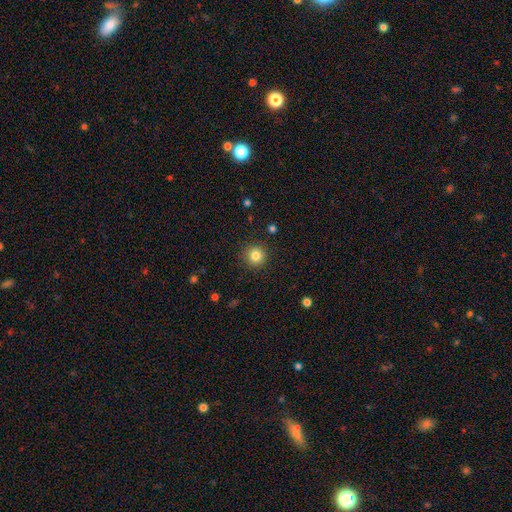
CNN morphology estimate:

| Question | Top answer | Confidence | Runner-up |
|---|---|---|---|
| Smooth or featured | smooth | 83% | star or artifact (11%) |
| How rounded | round | 94% | in between (5%) |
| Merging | none | 91% | minor disturbance (6%) |